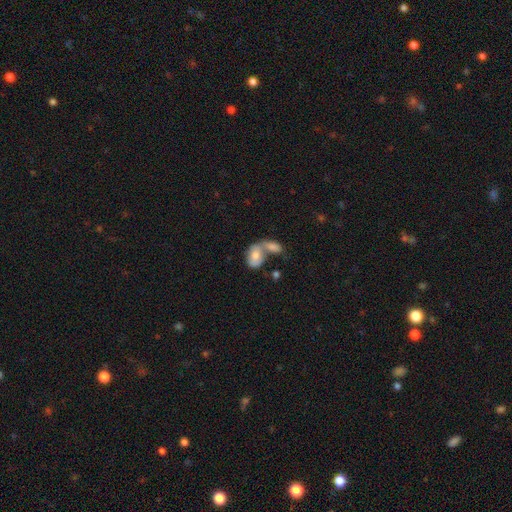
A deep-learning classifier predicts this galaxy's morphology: The model was most divided on "merging": merger: 67%, none: 19%, minor disturbance: 8%, major disturbance: 6%. More confident: how rounded — in between (84%); smooth or featured — smooth (74%).